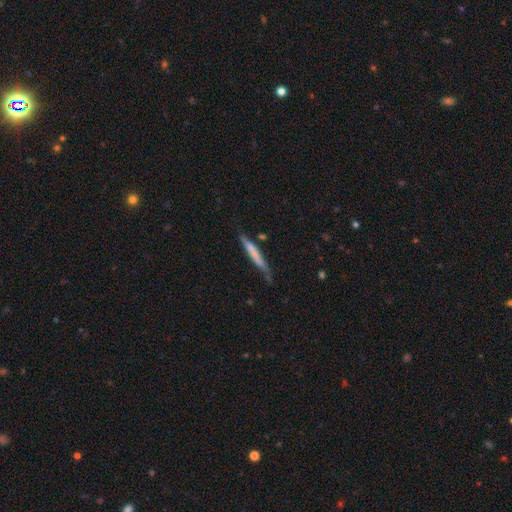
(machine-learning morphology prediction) Smooth or featured? smooth (60%)
How rounded? cigar-shaped (94%)
Merging? none (60%)